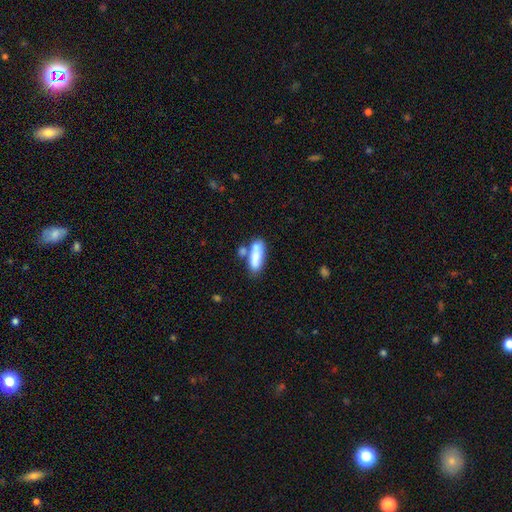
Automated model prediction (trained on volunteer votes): Smooth or featured?
  - smooth: 80% *
  - featured or disk: 13%
  - star or artifact: 7%
How rounded?
  - in between: 56% *
  - cigar-shaped: 42%
  - round: 2%
Merging?
  - none: 53% *
  - merger: 27%
  - minor disturbance: 16%
  - major disturbance: 5%